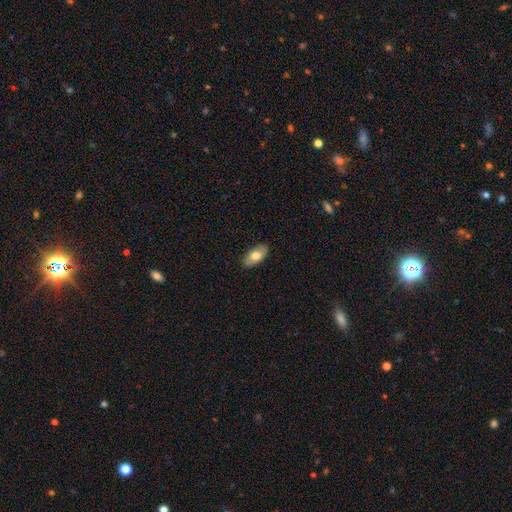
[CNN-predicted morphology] smooth 71%, featured or disk 23%, star or artifact 6%. Down the decision tree: how rounded — in between (93%); merging — none (87%).